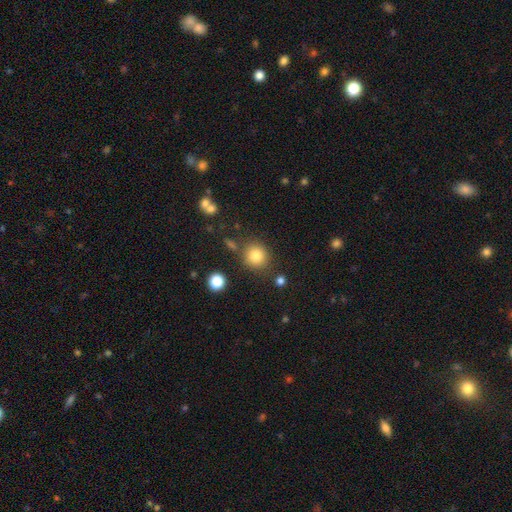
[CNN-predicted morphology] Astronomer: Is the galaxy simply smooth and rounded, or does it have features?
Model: smooth — 82%.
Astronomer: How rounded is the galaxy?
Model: round — 89%.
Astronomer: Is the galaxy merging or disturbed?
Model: none — 80%.